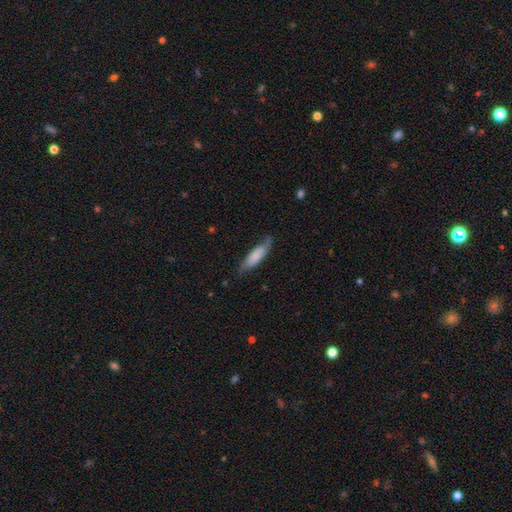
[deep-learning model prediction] smooth_or_featured: smooth (p=0.64) [alt: featured or disk p=0.30]
how_rounded: cigar-shaped (p=0.54) [alt: in between p=0.44]
merging: none (p=0.65) [alt: minor disturbance p=0.26]